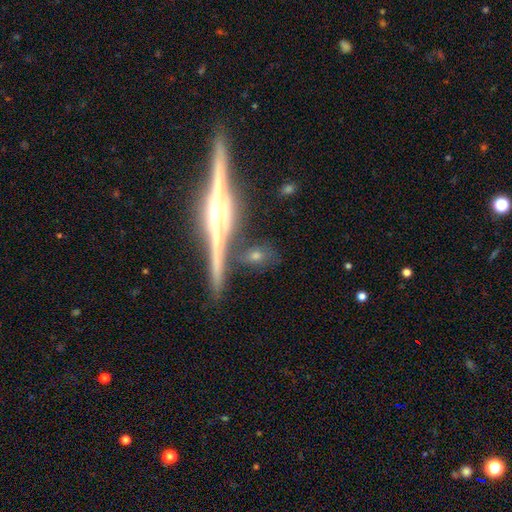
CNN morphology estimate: A featured or disk galaxy (62%) viewed edge-on (93%) with a rounded central bulge (84%).

Vote fractions:
- Smooth or featured? featured or disk: 62% / smooth: 27% / star or artifact: 12%
- Edge-on disk? yes: 93% / no: 7%
- Edge-on bulge? rounded: 84% / none: 8% / boxy: 8%
- Merging? none: 72% / minor disturbance: 14% / merger: 10% / major disturbance: 4%